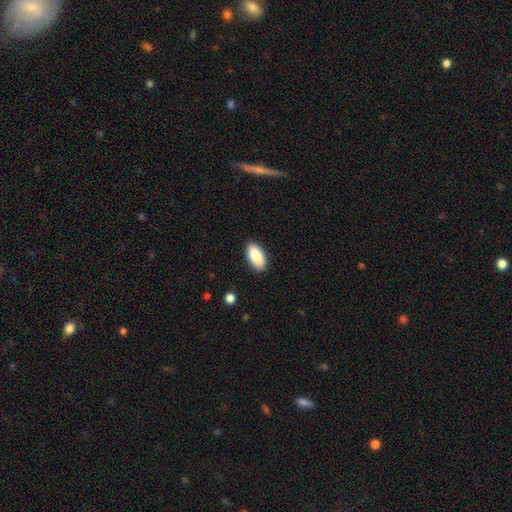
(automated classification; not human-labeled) Smooth or featured?
  - smooth: 89% *
  - star or artifact: 6%
  - featured or disk: 4%
How rounded?
  - in between: 91% *
  - cigar-shaped: 7%
  - round: 2%
Merging?
  - none: 88% *
  - minor disturbance: 9%
  - major disturbance: 2%
  - merger: 1%